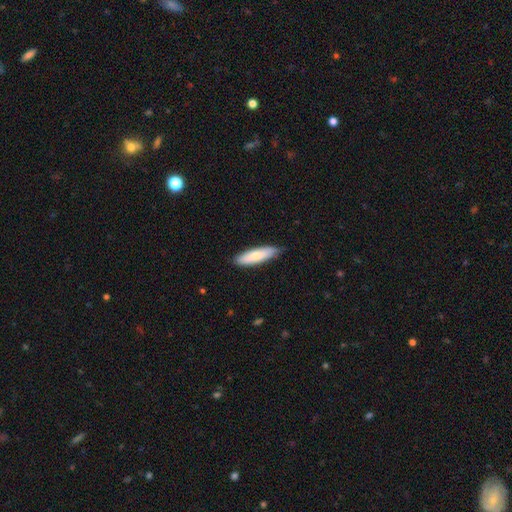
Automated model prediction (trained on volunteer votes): smooth 76%, featured or disk 19%, star or artifact 5%. Down the decision tree: how rounded — cigar-shaped (62%); merging — none (83%).